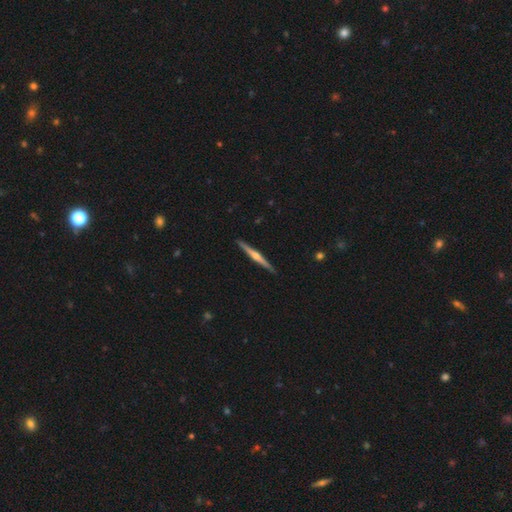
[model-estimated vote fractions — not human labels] A featured or disk galaxy (74%) viewed edge-on (98%) with a rounded central bulge (86%).

Vote fractions:
- Smooth or featured? featured or disk: 74% / smooth: 21% / star or artifact: 5%
- Edge-on disk? yes: 98% / no: 2%
- Edge-on bulge? rounded: 86% / none: 9% / boxy: 6%
- Merging? none: 91% / minor disturbance: 7% / major disturbance: 1% / merger: 1%